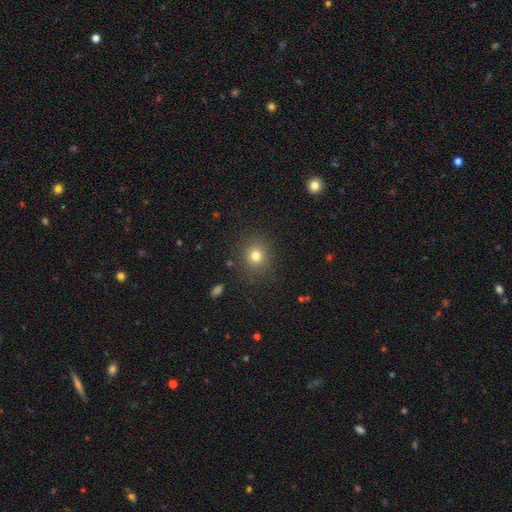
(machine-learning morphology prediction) This appears to be a smooth galaxy with no disk features (78%) that is round (82%). Merging: none (86%).